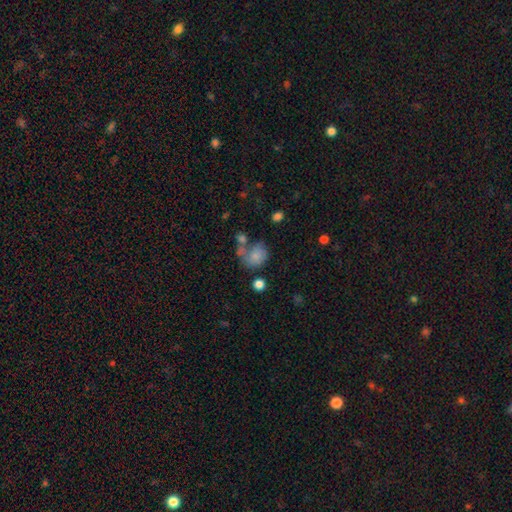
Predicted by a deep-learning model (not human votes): This appears to be a smooth galaxy with no disk features (72%) that is round (54%). Merging: none (35%).